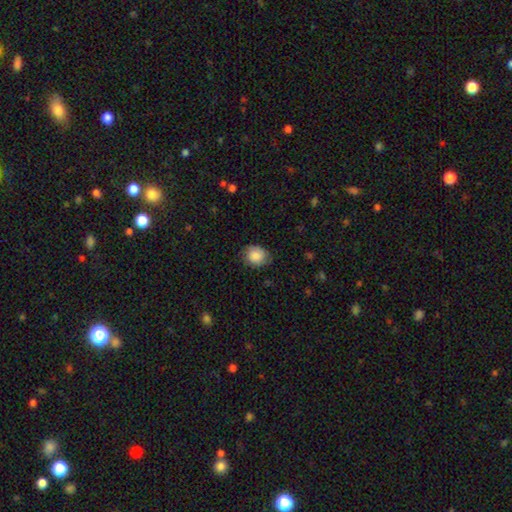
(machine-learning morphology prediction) Overall: smooth (85%). How rounded: round (62%; in between 38%). Merging: none (74%).